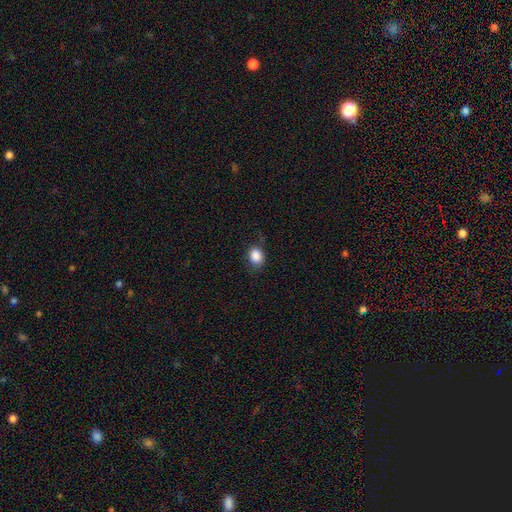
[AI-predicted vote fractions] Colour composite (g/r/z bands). It shows a smooth galaxy with no disk features (87%) that is round (54%). Merging: none (71%).